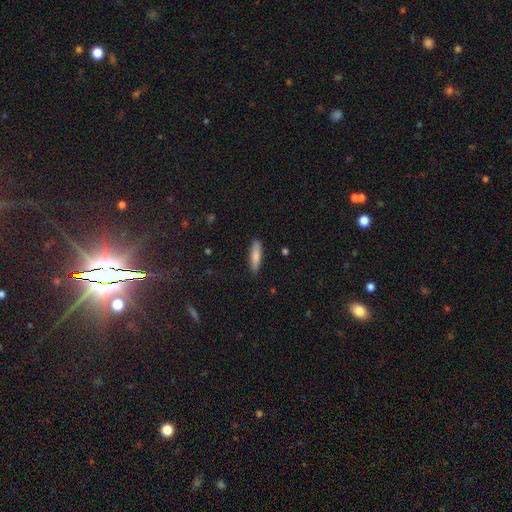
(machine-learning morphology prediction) smooth-or-featured: smooth: 77% | featured or disk: 16% | star or artifact: 6%
  how-rounded: cigar-shaped: 69% | in between: 29% | round: 2%
  merging: none: 88% | minor disturbance: 9% | major disturbance: 2% | merger: 1%